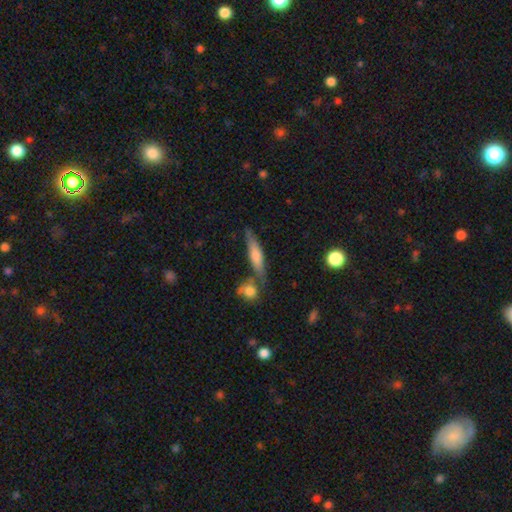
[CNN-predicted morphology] A smooth galaxy with no disk features (52%) that is cigar-shaped (79%).

Vote fractions:
- Smooth or featured? smooth: 52% / featured or disk: 41% / star or artifact: 7%
- How rounded? cigar-shaped: 79% / in between: 18% / round: 3%
- Merging? none: 67% / merger: 16% / minor disturbance: 13% / major disturbance: 4%